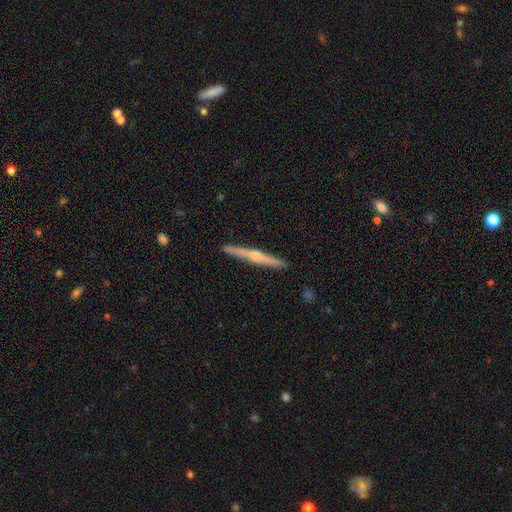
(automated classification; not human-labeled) A featured or disk galaxy (73%) viewed edge-on (98%) with a rounded central bulge (85%). Merging: none (92%).